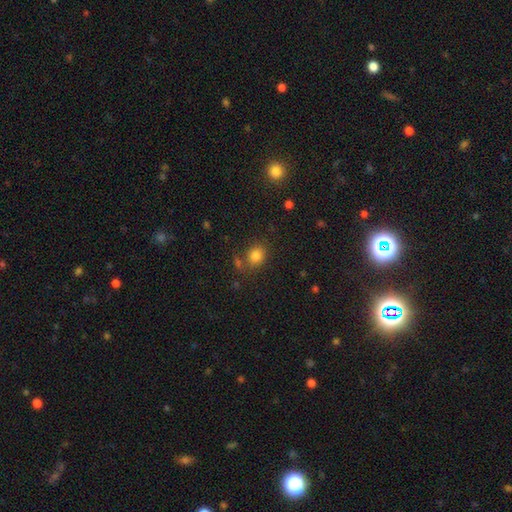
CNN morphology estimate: A smooth galaxy with no disk features (82%) that is round (65%).

Vote fractions:
- Smooth or featured? smooth: 82% / star or artifact: 12% / featured or disk: 6%
- How rounded? round: 65% / in between: 34% / cigar-shaped: 1%
- Merging? none: 69% / minor disturbance: 13% / merger: 13% / major disturbance: 6%